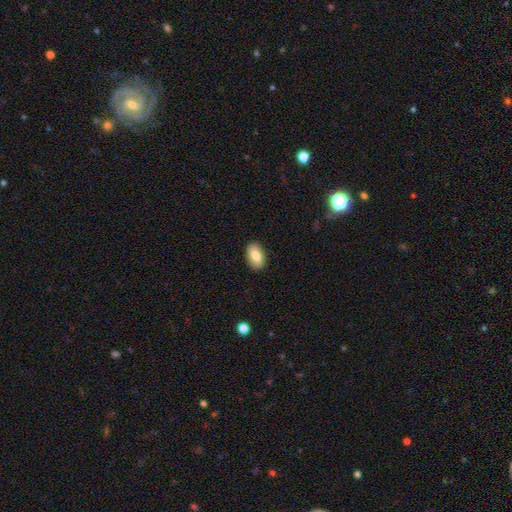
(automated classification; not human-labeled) Smooth or featured?
  - smooth: 80% *
  - featured or disk: 13%
  - star or artifact: 7%
How rounded?
  - in between: 91% *
  - round: 7%
  - cigar-shaped: 2%
Merging?
  - none: 89% *
  - minor disturbance: 8%
  - major disturbance: 2%
  - merger: 1%